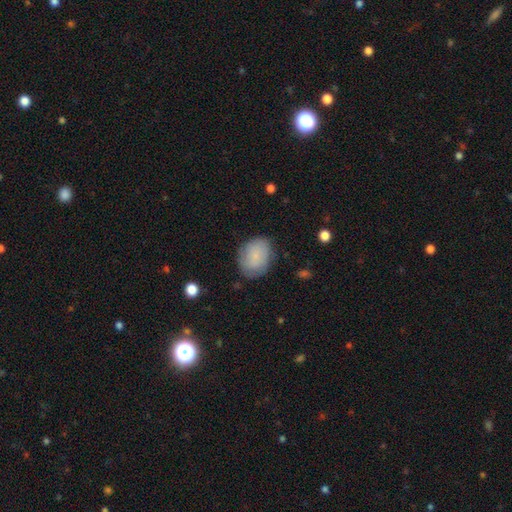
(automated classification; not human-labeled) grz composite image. It shows a smooth galaxy with no disk features (76%) that is in between round and cigar-shaped (57%). Merging: none (74%).